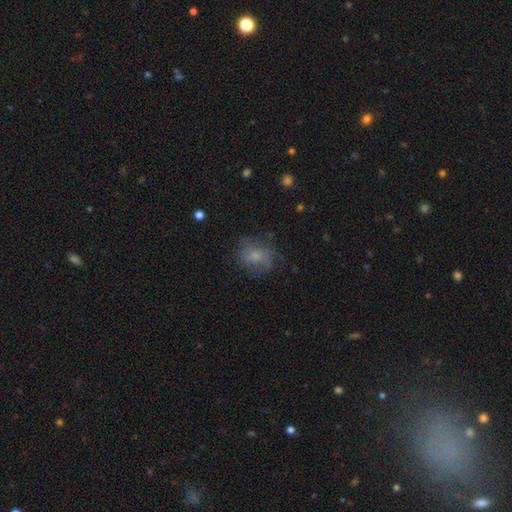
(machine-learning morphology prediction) A smooth galaxy with no disk features (58%) that is round (59%).

Vote fractions:
- Smooth or featured? smooth: 58% / featured or disk: 30% / star or artifact: 12%
- How rounded? round: 59% / in between: 40% / cigar-shaped: 1%
- Merging? none: 60% / minor disturbance: 23% / major disturbance: 15% / merger: 2%